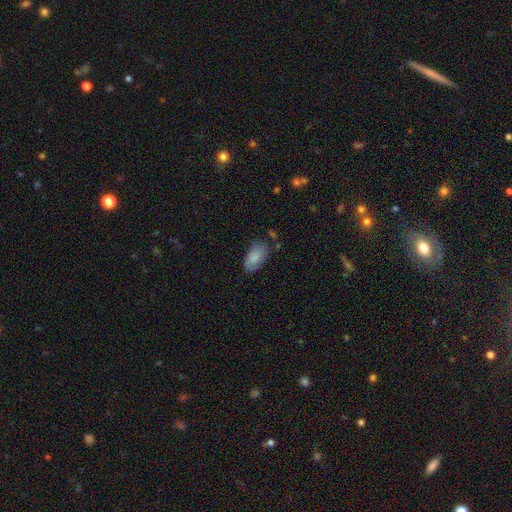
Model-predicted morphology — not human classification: Smooth or featured? Predicted: smooth (p=0.83). How rounded? Predicted: in between (p=0.93). Merging? Predicted: none (p=0.68).